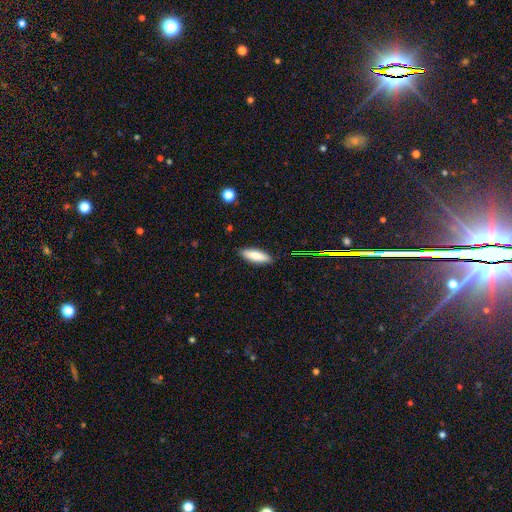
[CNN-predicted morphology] type=smooth (81%); roundness=in between (55%); merging=none (88%).